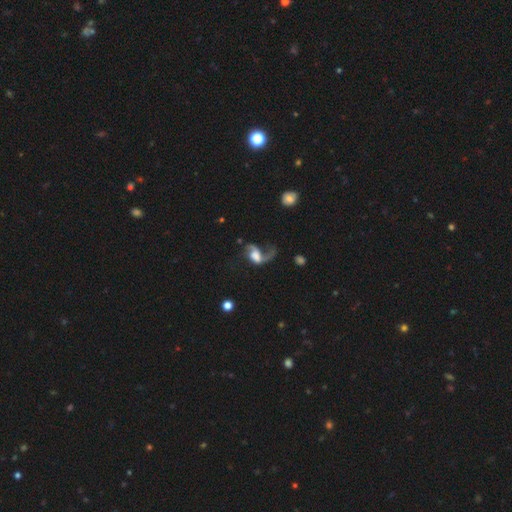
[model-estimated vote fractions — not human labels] Smooth or featured: featured or disk — 73% (smooth — 19%)
Edge-on disk: no — 96% (yes — 4%)
Bar: no — 53% (weak — 35%)
Spiral arms: yes — 88% (no — 12%)
Spiral winding: loose — 78% (medium — 18%)
Spiral arm count: 2 — 69% (1 — 22%)
Bulge size: large — 39% (moderate — 25%)
Merging: major disturbance — 47% (none — 30%)